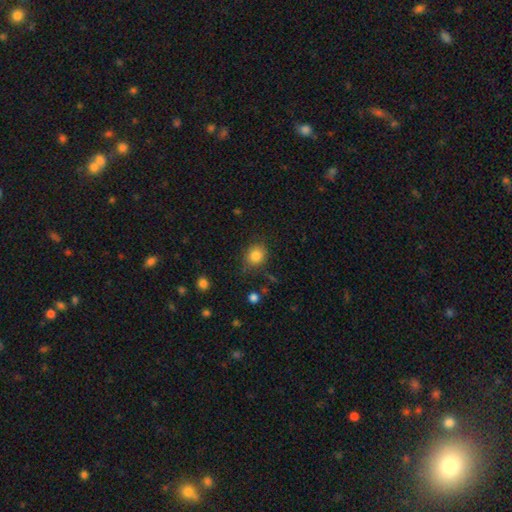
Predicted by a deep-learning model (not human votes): This is clearly a smooth galaxy (83%). How rounded: likely round (65%). Merging: likely none (78%).